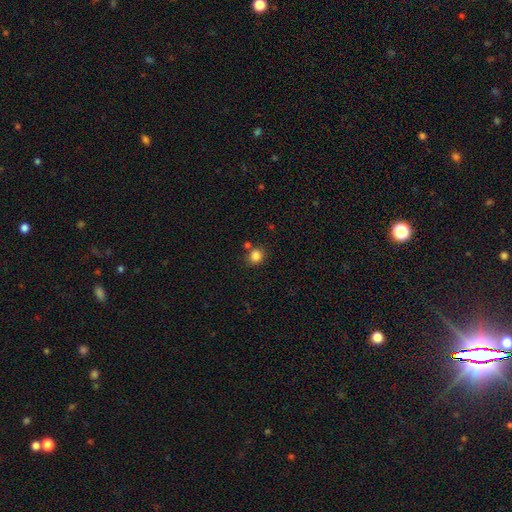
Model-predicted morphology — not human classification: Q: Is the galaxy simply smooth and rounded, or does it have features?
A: smooth — 84%.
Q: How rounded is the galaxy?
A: round — 82%.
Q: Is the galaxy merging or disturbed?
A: none — 73%.